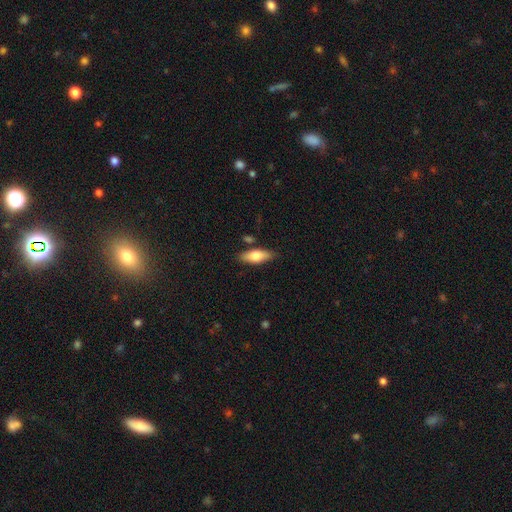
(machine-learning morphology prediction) A smooth galaxy with no disk features (72%) that is in between round and cigar-shaped (68%). Merging: none (80%).